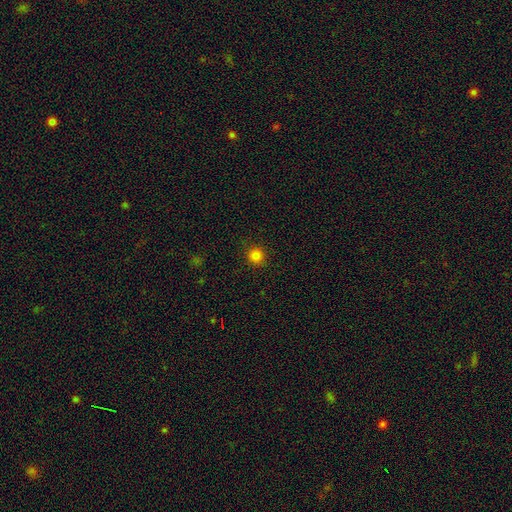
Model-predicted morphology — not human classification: Smooth or featured?
  - smooth: 83% *
  - star or artifact: 13%
  - featured or disk: 4%
How rounded?
  - round: 94% *
  - in between: 6%
  - cigar-shaped: 1%
Merging?
  - none: 91% *
  - minor disturbance: 6%
  - major disturbance: 2%
  - merger: 1%